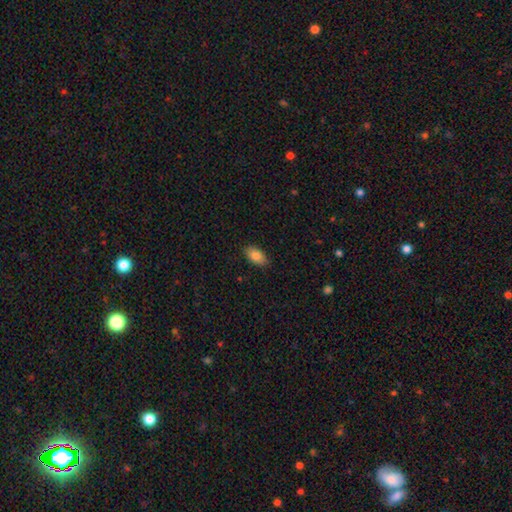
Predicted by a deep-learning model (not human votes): This appears to be a smooth galaxy with no disk features (84%) that is in between round and cigar-shaped (93%). Merging: none (87%).